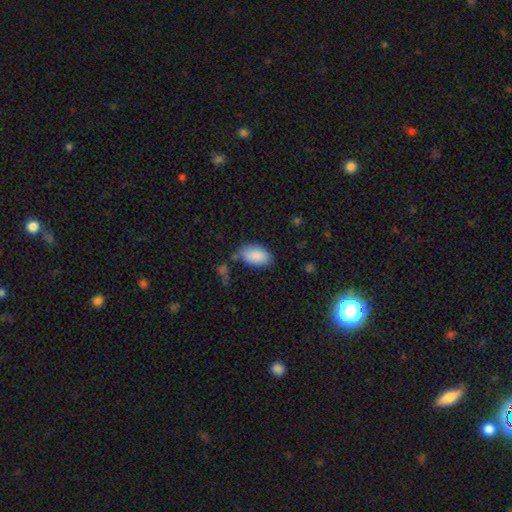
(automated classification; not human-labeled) Morphology: type=smooth (89%); roundness=in between (94%); merging=none (68%).